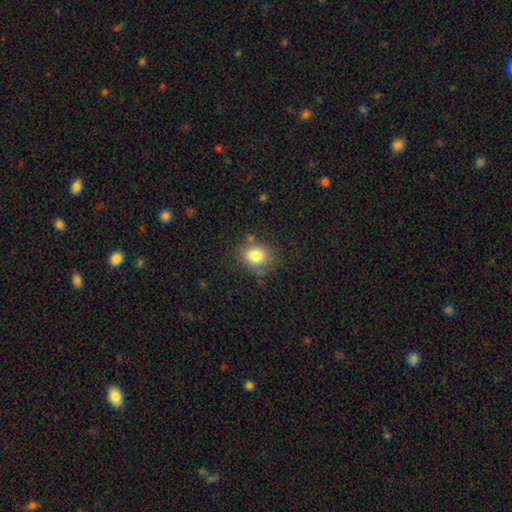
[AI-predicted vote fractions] smooth-or-featured: smooth: 80% | star or artifact: 10% | featured or disk: 9%
  how-rounded: round: 69% | in between: 30% | cigar-shaped: 1%
  merging: none: 75% | minor disturbance: 16% | major disturbance: 5% | merger: 4%